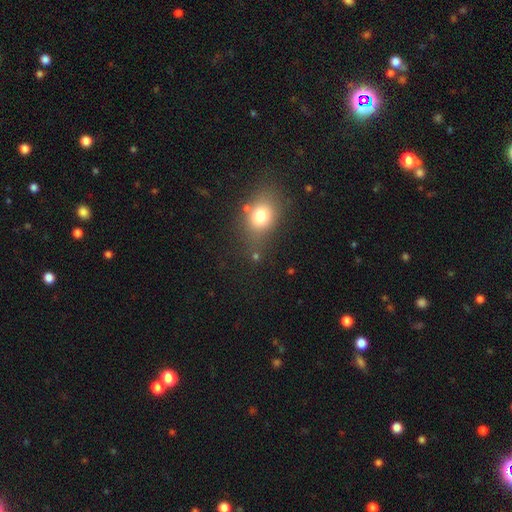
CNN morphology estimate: Smooth or featured: smooth — 72% (star or artifact — 17%)
How rounded: round — 49% (tied with in between — 49%)
Merging: none — 69% (minor disturbance — 18%)